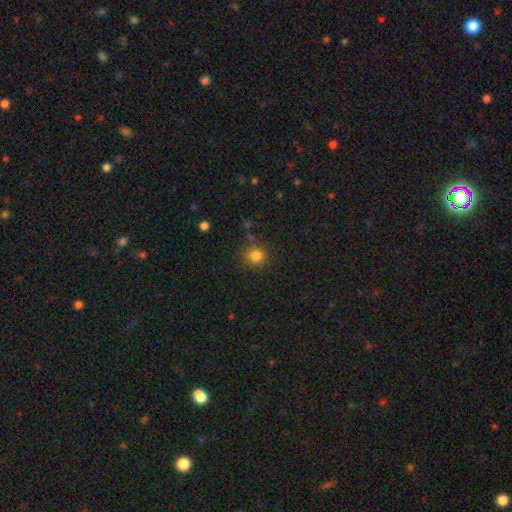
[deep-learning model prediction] A smooth galaxy with no disk features (82%) that is round (91%).

Vote fractions:
- Smooth or featured? smooth: 82% / star or artifact: 13% / featured or disk: 5%
- How rounded? round: 91% / in between: 8% / cigar-shaped: 1%
- Merging? none: 84% / minor disturbance: 10% / merger: 3% / major disturbance: 3%